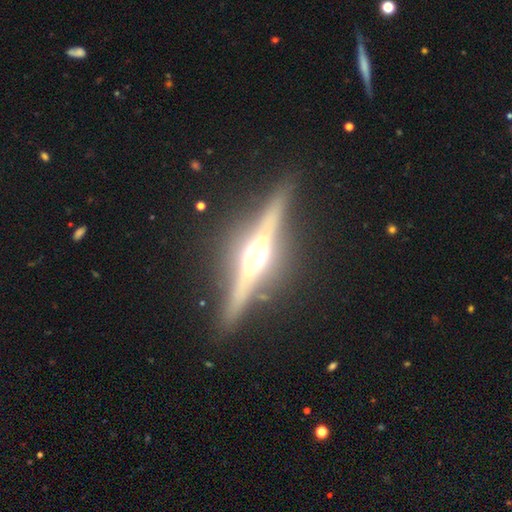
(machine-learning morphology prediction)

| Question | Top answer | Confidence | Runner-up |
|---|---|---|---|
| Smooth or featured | featured or disk | 79% | smooth (13%) |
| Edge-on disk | yes | 96% | no (4%) |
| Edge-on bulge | rounded | 91% | boxy (7%) |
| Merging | none | 87% | minor disturbance (9%) |